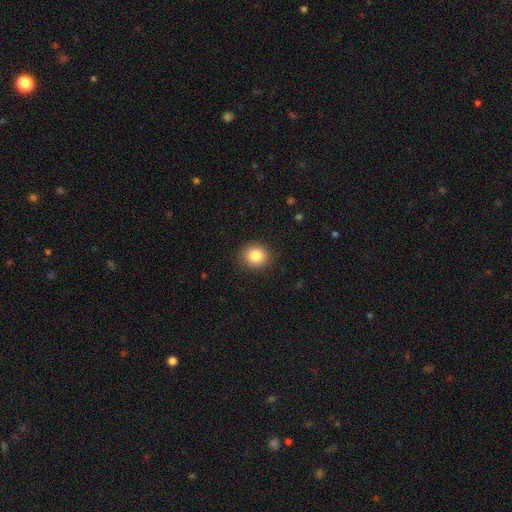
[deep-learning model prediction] Overall: smooth (84%). How rounded: round (82%). Merging: none (90%).